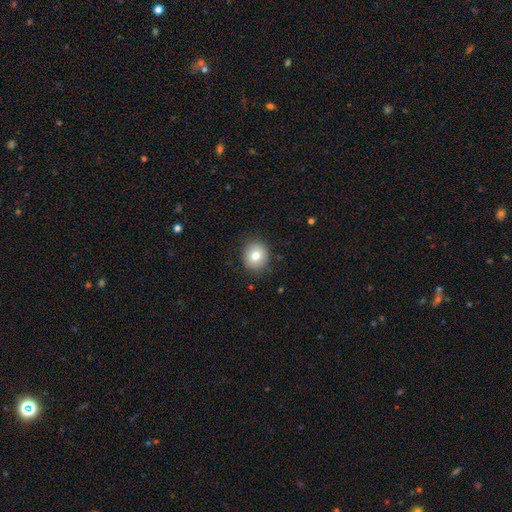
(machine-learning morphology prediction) Smooth or featured: smooth — 79% (featured or disk — 11%)
How rounded: round — 79% (in between — 20%)
Merging: none — 88% (minor disturbance — 9%)